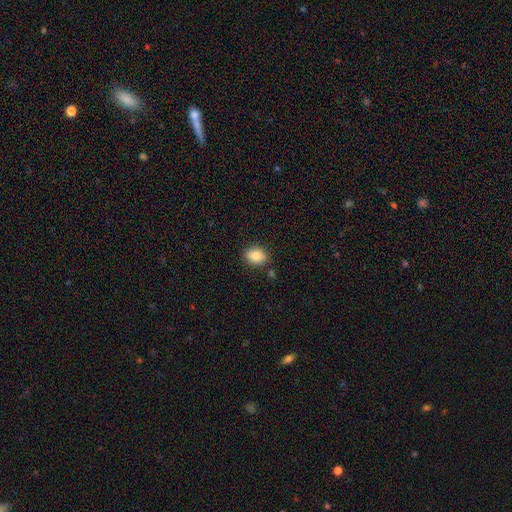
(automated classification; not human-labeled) Smooth or featured: smooth — 86% (star or artifact — 8%)
How rounded: in between — 70% (round — 29%)
Merging: none — 85% (minor disturbance — 10%)